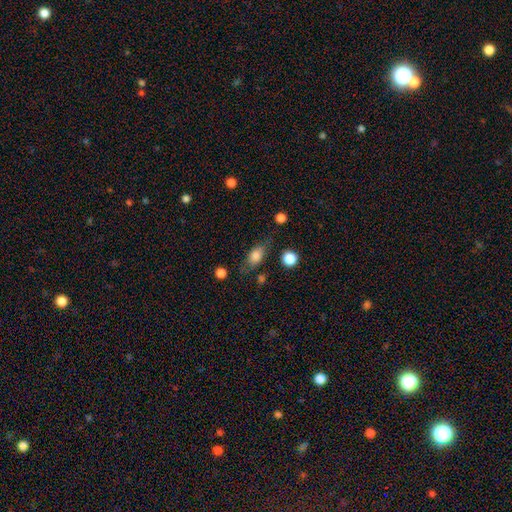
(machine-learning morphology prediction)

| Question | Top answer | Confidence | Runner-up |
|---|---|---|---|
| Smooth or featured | smooth | 73% | featured or disk (18%) |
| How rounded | in between | 75% | round (15%) |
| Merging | none | 65% | minor disturbance (22%) |